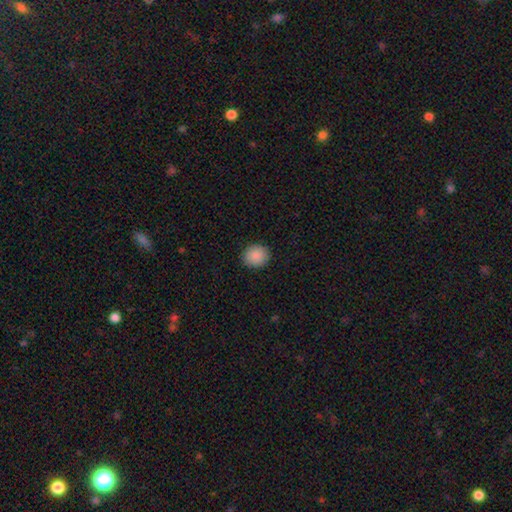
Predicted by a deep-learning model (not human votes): Overall: smooth (89%). How rounded: round (82%). Merging: none (91%).